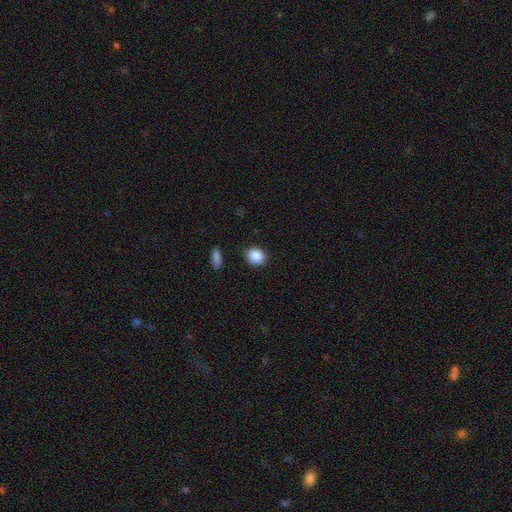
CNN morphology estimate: Smooth or featured: smooth — 88% (star or artifact — 8%)
How rounded: round — 76% (in between — 23%)
Merging: none — 88% (minor disturbance — 8%)